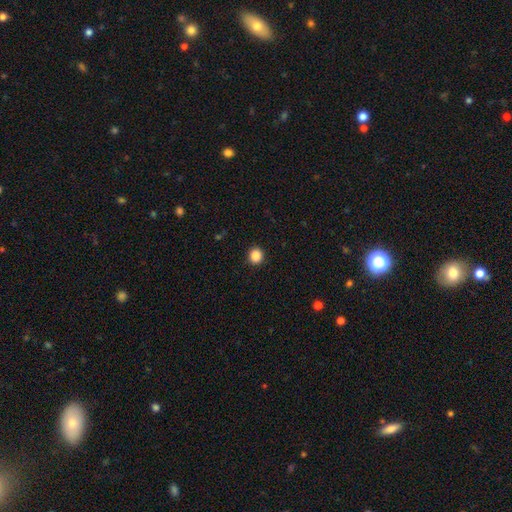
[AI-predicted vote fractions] smooth 87%, star or artifact 10%, featured or disk 3%. Down the decision tree: how rounded — round (87%); merging — none (92%).